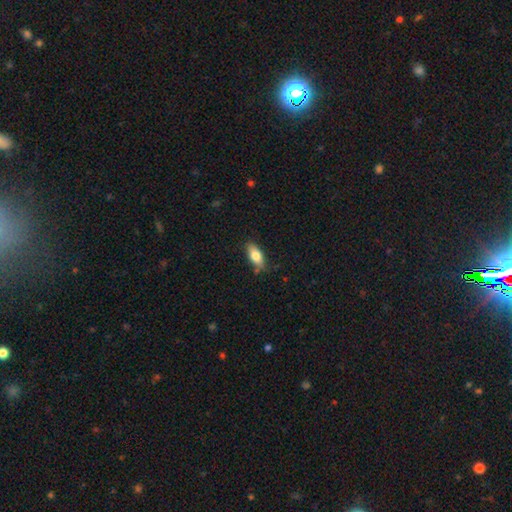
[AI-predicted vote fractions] smooth 77%, featured or disk 16%, star or artifact 7%. Down the decision tree: how rounded — in between (83%); merging — none (79%).